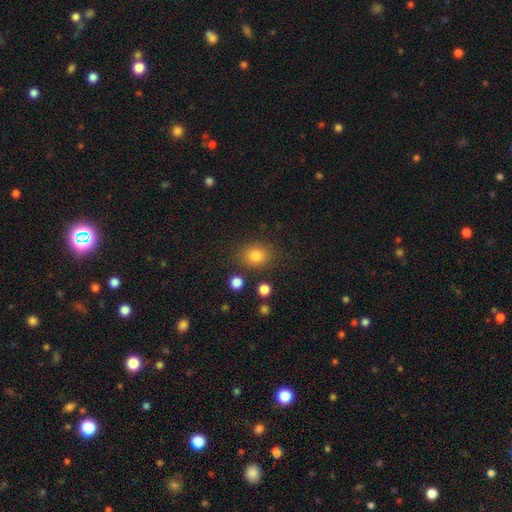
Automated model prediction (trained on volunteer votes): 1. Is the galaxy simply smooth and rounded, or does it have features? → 80% smooth, 14% star or artifact, 6% featured or disk.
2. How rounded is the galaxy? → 60% round, 39% in between, 1% cigar-shaped.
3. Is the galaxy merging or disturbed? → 83% none, 10% minor disturbance, 4% merger, 3% major disturbance.